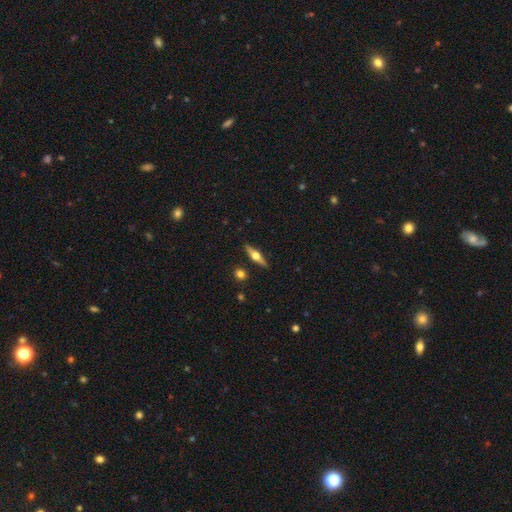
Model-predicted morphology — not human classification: Overall: featured or disk (64%; smooth 29%). Edge-on disk: yes (96%). Edge-on bulge: rounded (95%). Merging: none (89%).